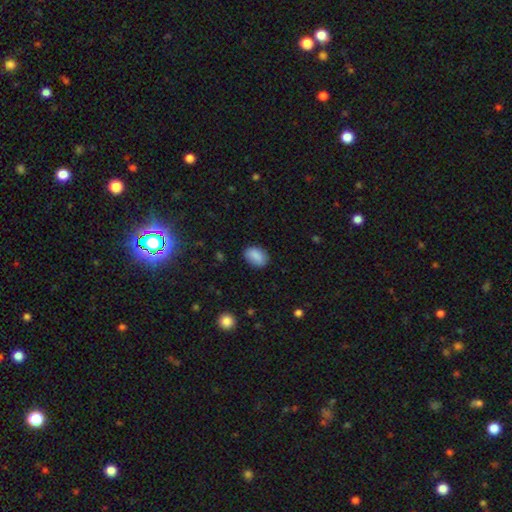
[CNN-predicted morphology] Q: Smooth or featured?
A: smooth (87%); runner-up: star or artifact (7%)
Q: How rounded?
A: in between (83%); runner-up: round (16%)
Q: Merging?
A: none (84%); runner-up: minor disturbance (12%)